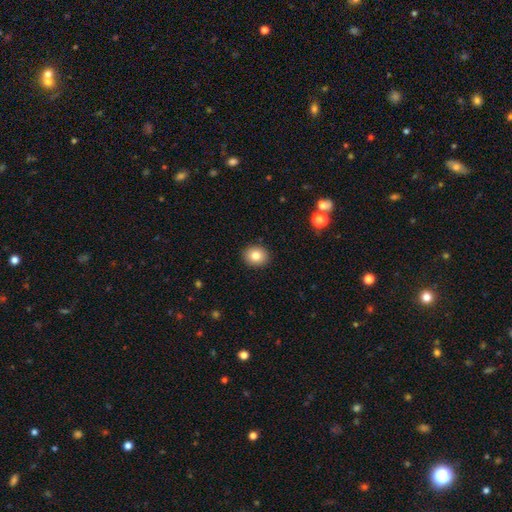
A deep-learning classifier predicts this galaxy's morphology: The model was most divided on "how rounded": round: 69%, in between: 30%, cigar-shaped: 1%. More confident: merging — none (91%); smooth or featured — smooth (81%).